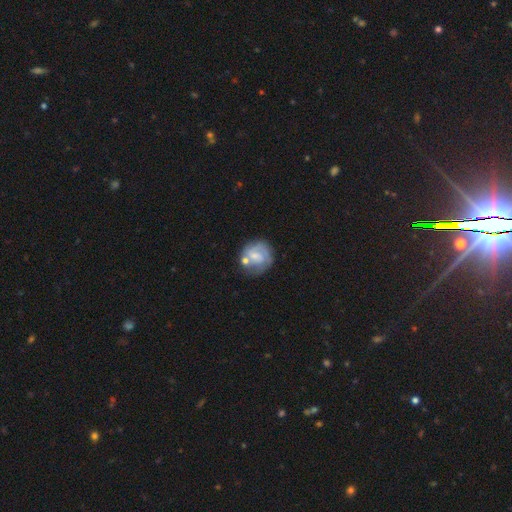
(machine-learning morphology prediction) smooth_or_featured: featured or disk (p=0.58) [alt: smooth p=0.34]
disk_edge_on: no (p=0.98) [alt: yes p=0.02]
bar: no (p=0.51) [alt: weak p=0.40]
has_spiral_arms: yes (p=0.74) [alt: no p=0.26]
bulge_size: small (p=0.45) [alt: moderate p=0.28]
merging: none (p=0.53) [alt: minor disturbance p=0.20]